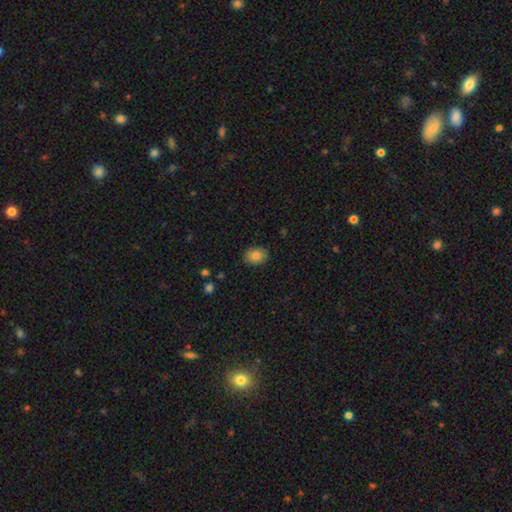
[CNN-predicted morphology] A smooth galaxy with no disk features (83%) that is in between round and cigar-shaped (61%).

Vote fractions:
- Smooth or featured? smooth: 83% / featured or disk: 9% / star or artifact: 9%
- How rounded? in between: 61% / round: 38% / cigar-shaped: 1%
- Merging? none: 87% / minor disturbance: 10% / major disturbance: 2% / merger: 1%